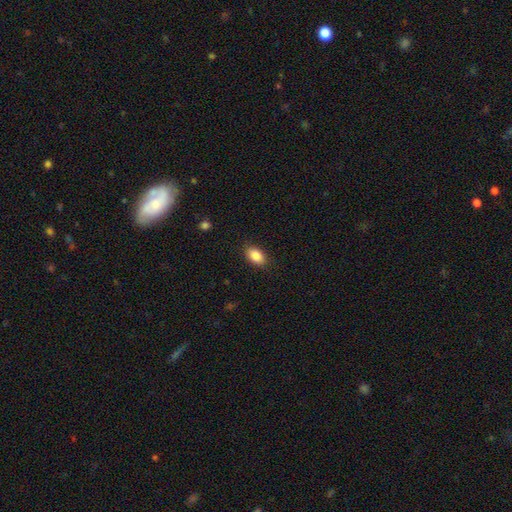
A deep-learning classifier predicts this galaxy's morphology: Smooth or featured: smooth — 87% (star or artifact — 7%)
How rounded: in between — 91% (round — 7%)
Merging: none — 88% (minor disturbance — 9%)